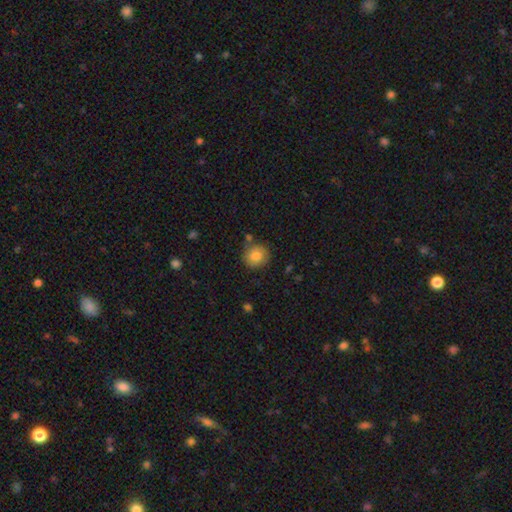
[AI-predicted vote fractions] Overall: smooth (83%). How rounded: round (89%). Merging: none (80%).